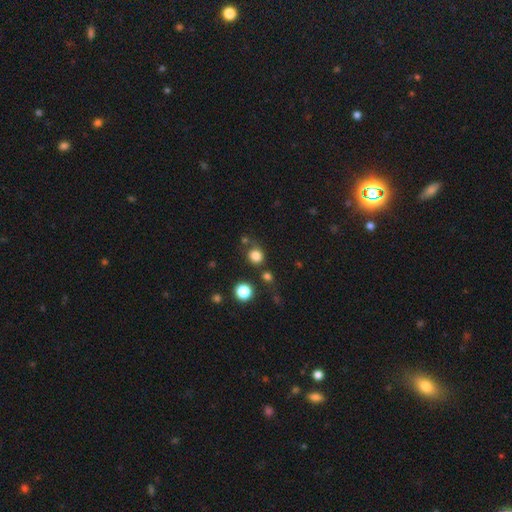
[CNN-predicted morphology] smooth 81%, star or artifact 14%, featured or disk 5%. Down the decision tree: how rounded — round (80%); merging — none (67%).